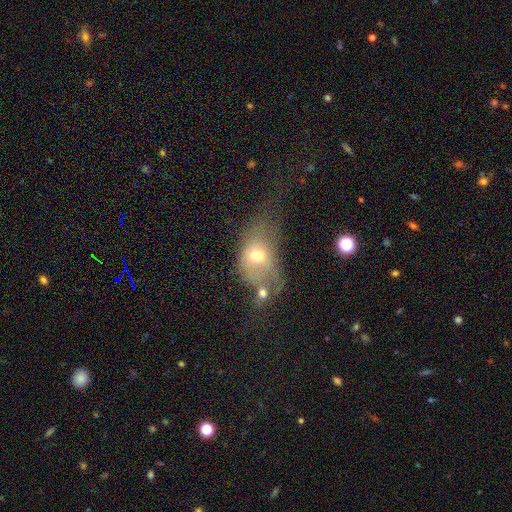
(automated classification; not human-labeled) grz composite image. It shows a smooth galaxy with no disk features (56%) that is in between round and cigar-shaped (78%). Merging: major disturbance (36%).